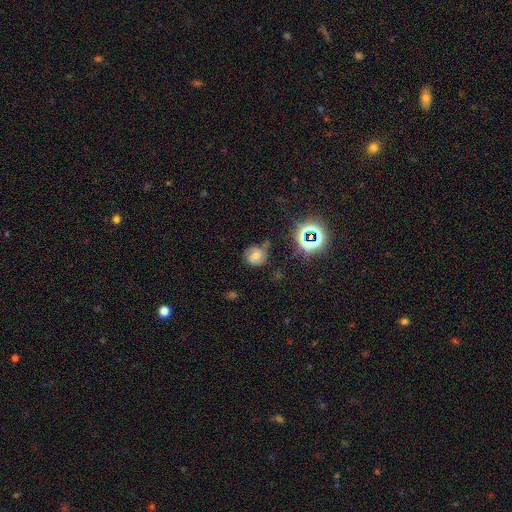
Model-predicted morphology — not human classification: A smooth galaxy with no disk features (47%).

Vote fractions:
- Smooth or featured? smooth: 47% / star or artifact: 29% / featured or disk: 24%
- Merging? none: 65% / minor disturbance: 21% / major disturbance: 8% / merger: 5%